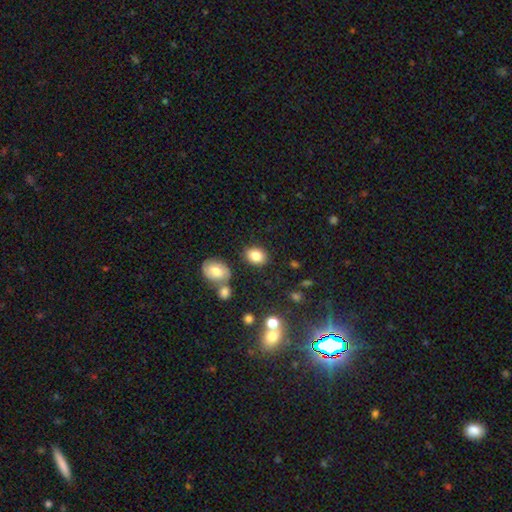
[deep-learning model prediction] A smooth galaxy with no disk features (83%) that is in between round and cigar-shaped (63%). Merging: none (81%).